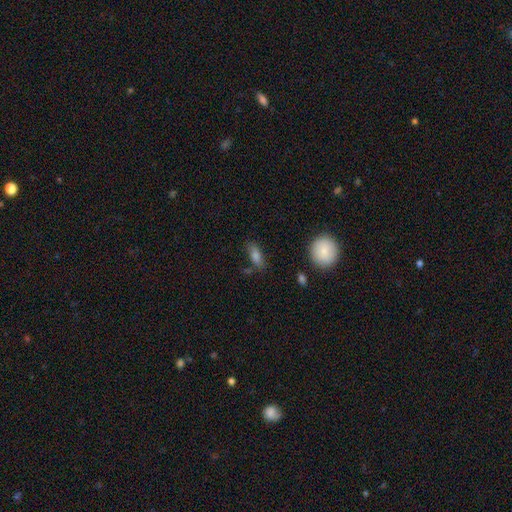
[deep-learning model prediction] This appears to be a smooth galaxy with no disk features (78%) that is in between round and cigar-shaped (71%). Merging: none (76%).